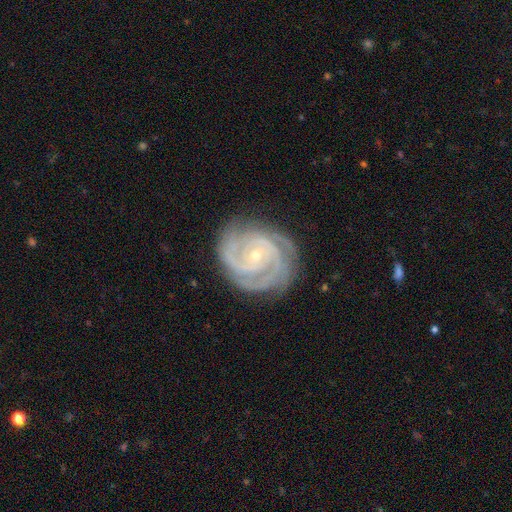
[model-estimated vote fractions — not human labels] This is clearly a featured or disk galaxy (90%). It is clearly not viewed edge-on (98%). Bar: likely no (64%). Spiral arm pattern: clearly yes (98%). Spiral arm count: marginally 3 (40%). Spiral winding: likely tight (76%). Central bulge: likely small (77%). Merging: likely none (77%).